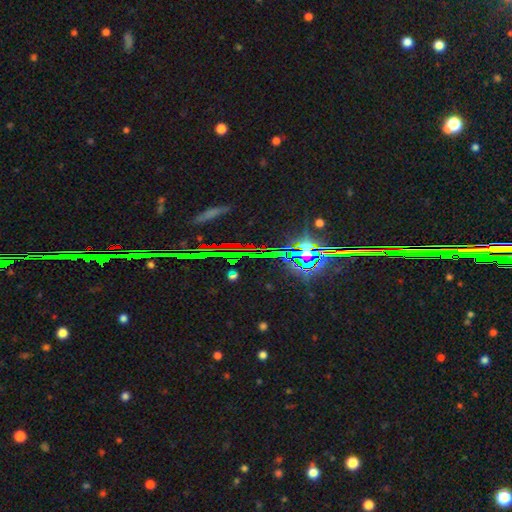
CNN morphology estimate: This is clearly a star or artifact rather than a galaxy (85%).